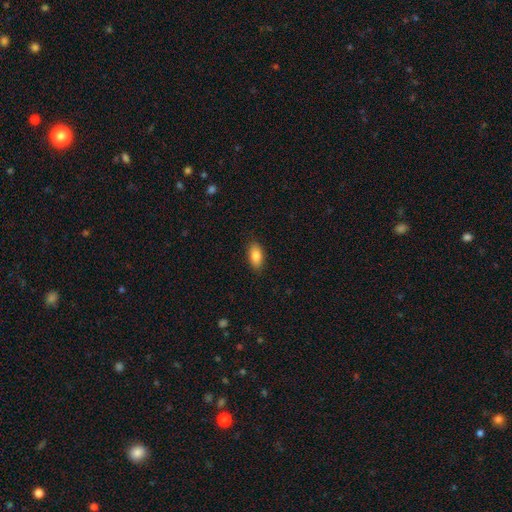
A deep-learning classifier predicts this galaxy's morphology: smooth-or-featured: smooth: 85% | featured or disk: 8% | star or artifact: 7%
  how-rounded: in between: 90% | cigar-shaped: 6% | round: 3%
  merging: none: 88% | minor disturbance: 9% | major disturbance: 2% | merger: 1%